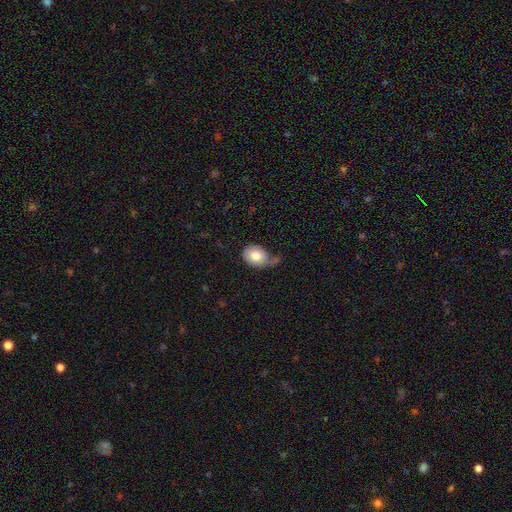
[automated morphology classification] This appears to be a smooth galaxy with no disk features (80%) that is in between round and cigar-shaped (64%). Merging: none (41%).